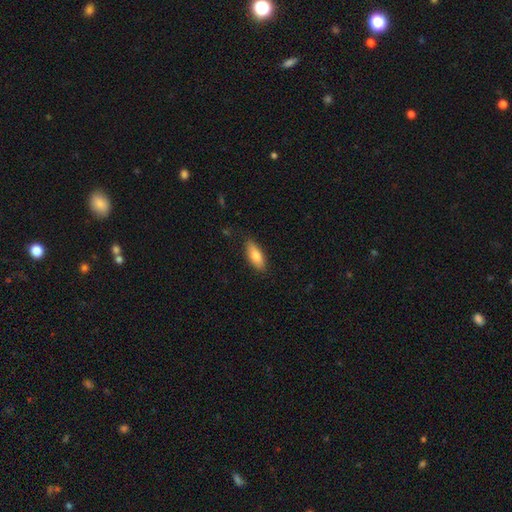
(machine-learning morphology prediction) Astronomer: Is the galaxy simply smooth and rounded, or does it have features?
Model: smooth — 77%.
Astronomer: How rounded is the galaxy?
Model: in between — 72%.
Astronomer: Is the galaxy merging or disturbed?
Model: none — 85%.